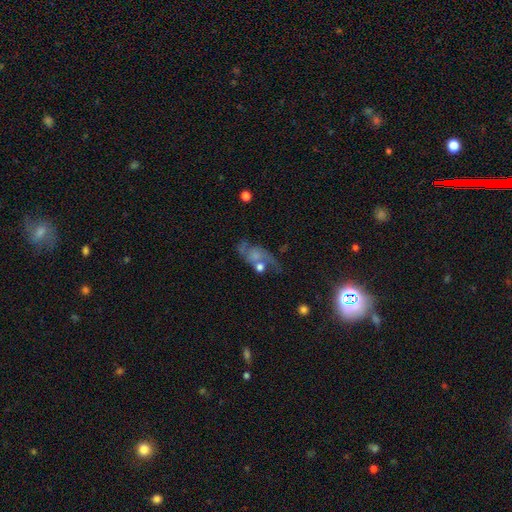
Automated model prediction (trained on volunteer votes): This is possibly a featured or disk galaxy (58%). It is clearly not viewed edge-on (91%). Bar: likely no (75%). Spiral arm pattern: likely yes (70%). Central bulge: marginally small (38%). Merging: marginally none (39%).